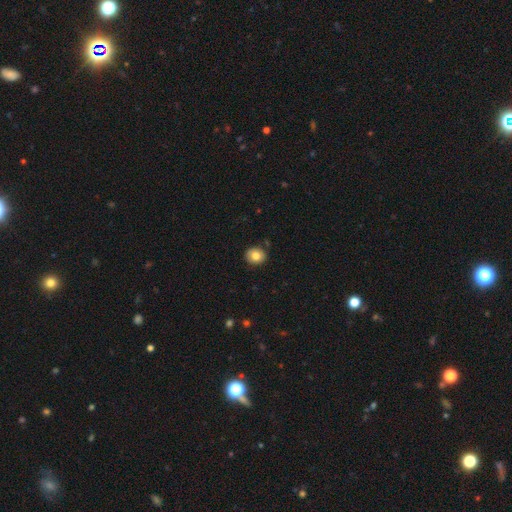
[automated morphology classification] Q: Smooth or featured?
A: smooth (81%); runner-up: featured or disk (11%)
Q: How rounded?
A: round (70%); runner-up: in between (29%)
Q: Merging?
A: none (87%); runner-up: minor disturbance (9%)